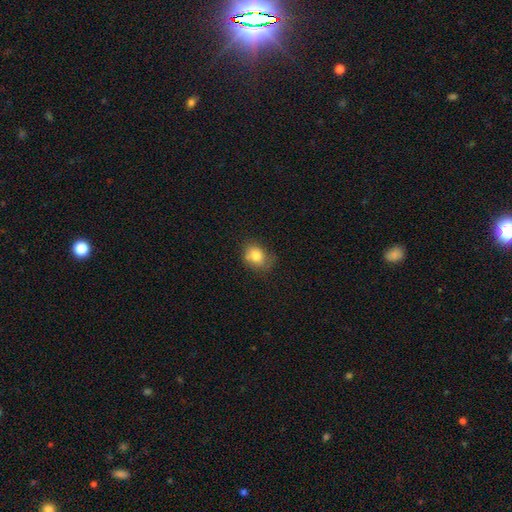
This is clearly a smooth galaxy (87%). How rounded: possibly in between (55%). Merging: marginally none (43%).